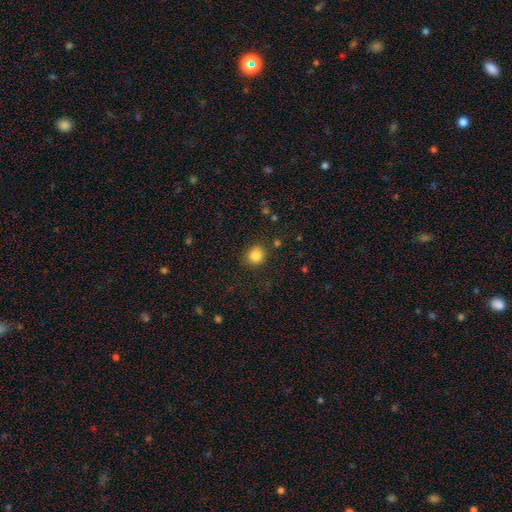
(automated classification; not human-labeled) A smooth galaxy with no disk features (84%) that is round (88%).

Vote fractions:
- Smooth or featured? smooth: 84% / star or artifact: 11% / featured or disk: 5%
- How rounded? round: 88% / in between: 11% / cigar-shaped: 1%
- Merging? none: 87% / minor disturbance: 8% / major disturbance: 3% / merger: 2%